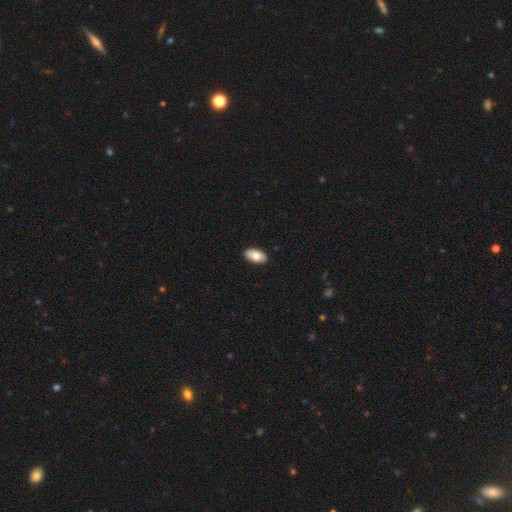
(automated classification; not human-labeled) smooth_or_featured: smooth (p=0.83) [alt: featured or disk p=0.11]
how_rounded: in between (p=0.95) [alt: round p=0.03]
merging: none (p=0.90) [alt: minor disturbance p=0.07]